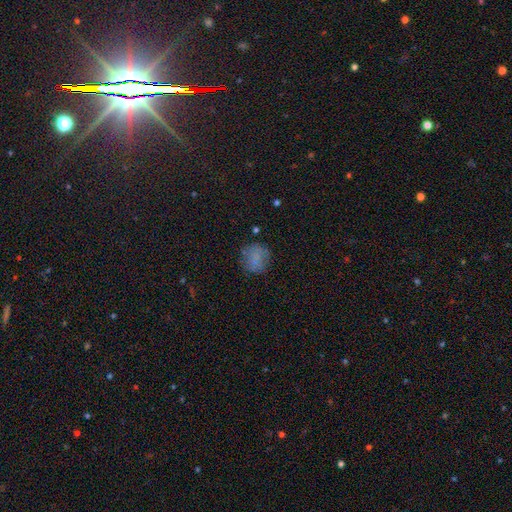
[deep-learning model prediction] The model was most divided on "merging": none: 74%, minor disturbance: 17%, major disturbance: 7%, merger: 2%. More confident: how rounded — round (79%); smooth or featured — smooth (73%).